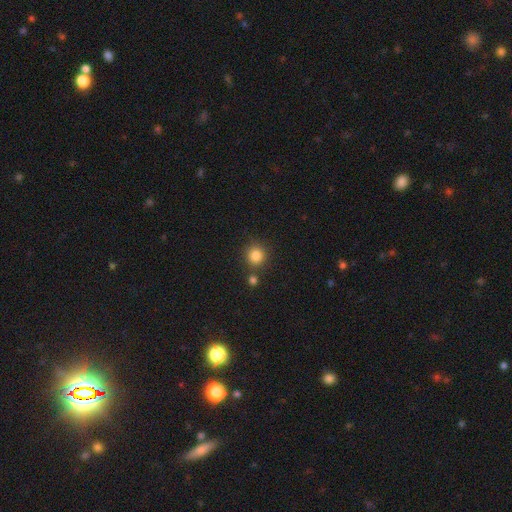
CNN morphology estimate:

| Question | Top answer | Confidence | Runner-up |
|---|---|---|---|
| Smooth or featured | smooth | 84% | star or artifact (11%) |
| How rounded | round | 91% | in between (8%) |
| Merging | none | 77% | merger (11%) |